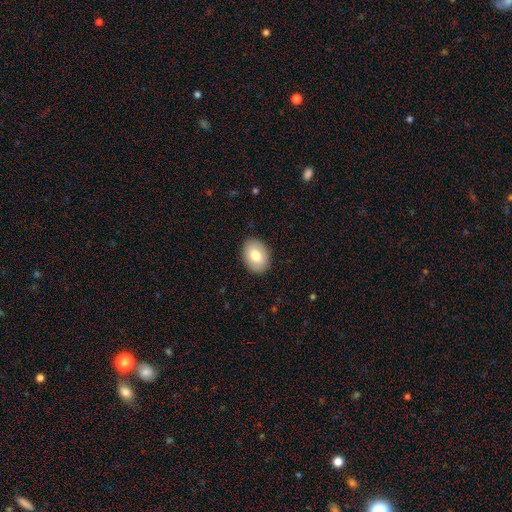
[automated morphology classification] Q: Smooth or featured?
A: smooth (77%); runner-up: featured or disk (16%)
Q: How rounded?
A: in between (78%); runner-up: round (21%)
Q: Merging?
A: none (89%); runner-up: minor disturbance (8%)